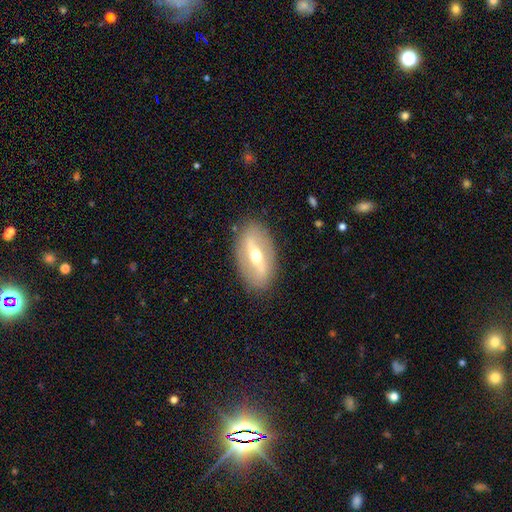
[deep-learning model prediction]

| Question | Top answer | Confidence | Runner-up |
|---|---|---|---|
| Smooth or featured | featured or disk | 69% | smooth (25%) |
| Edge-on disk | no | 79% | yes (21%) |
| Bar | strong | 65% | weak (25%) |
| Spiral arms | no | 67% | yes (33%) |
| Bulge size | moderate | 71% | small (20%) |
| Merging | none | 87% | minor disturbance (9%) |